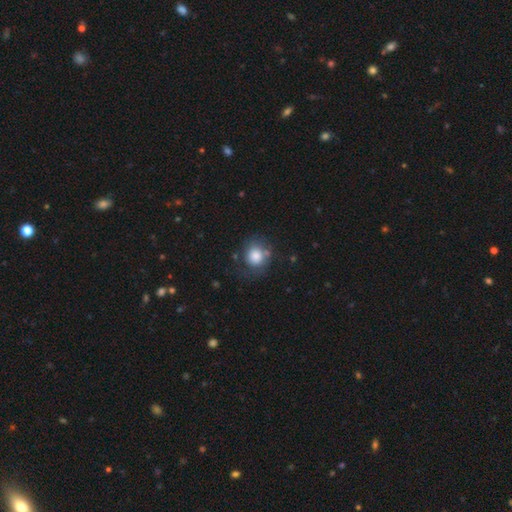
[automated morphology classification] Smooth or featured?
  - smooth: 78% *
  - featured or disk: 14%
  - star or artifact: 9%
How rounded?
  - round: 79% *
  - in between: 20%
  - cigar-shaped: 1%
Merging?
  - none: 61% *
  - minor disturbance: 22%
  - major disturbance: 13%
  - merger: 5%